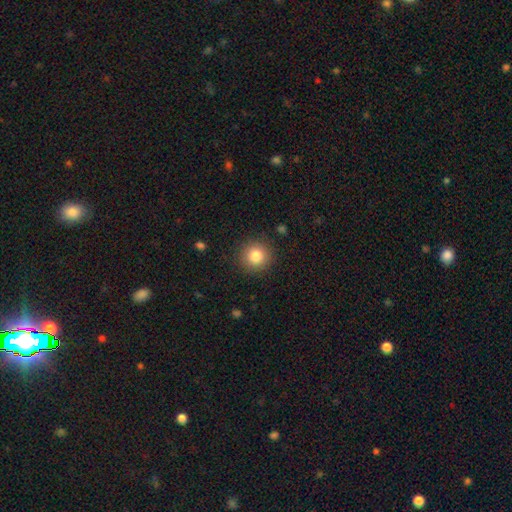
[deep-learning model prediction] The model was most divided on "smooth or featured": smooth: 83%, star or artifact: 10%, featured or disk: 7%. More confident: how rounded — round (94%); merging — none (90%).